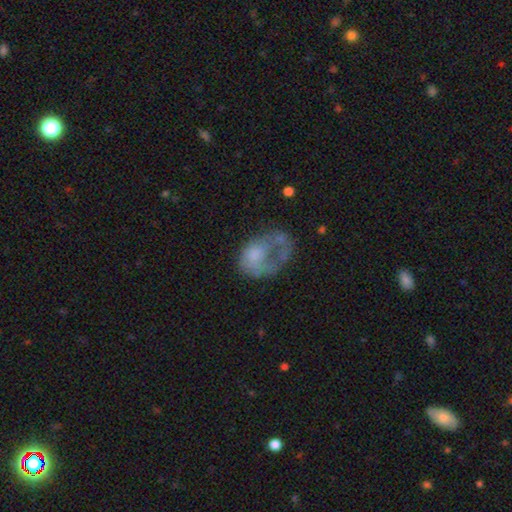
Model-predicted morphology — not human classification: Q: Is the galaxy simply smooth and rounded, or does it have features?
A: smooth — 47%.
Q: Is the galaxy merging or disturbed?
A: major disturbance — 48%.